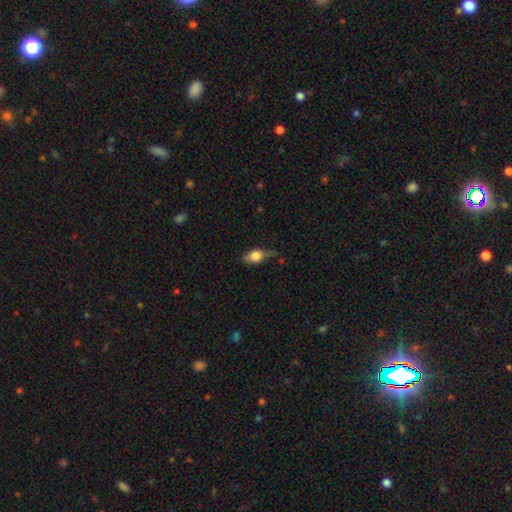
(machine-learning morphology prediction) type=smooth (73%); roundness=in between (72%); merging=none (48%).